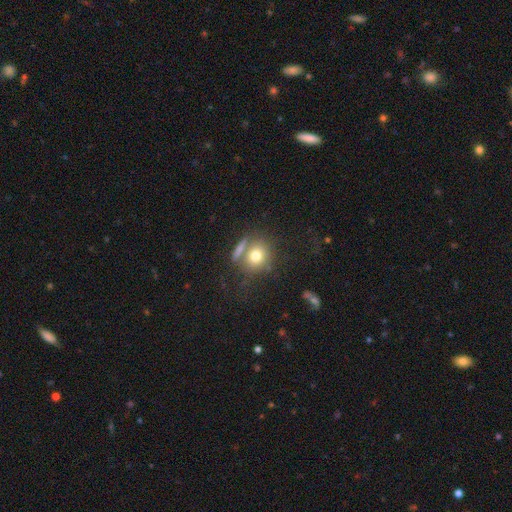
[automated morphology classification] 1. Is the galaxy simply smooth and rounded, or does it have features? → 73% smooth, 16% featured or disk, 11% star or artifact.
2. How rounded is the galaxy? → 82% round, 16% in between, 2% cigar-shaped.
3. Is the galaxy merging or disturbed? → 57% none, 23% merger, 12% minor disturbance, 7% major disturbance.